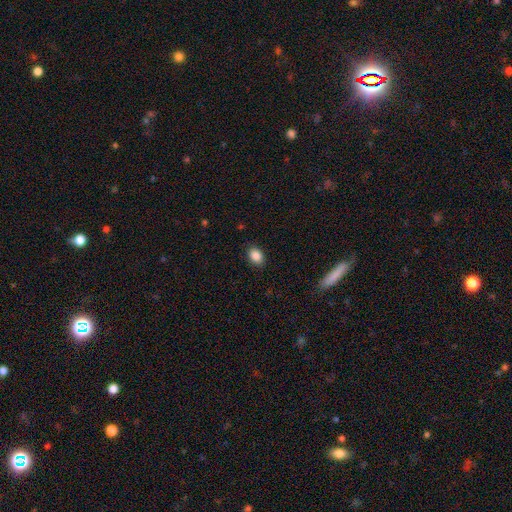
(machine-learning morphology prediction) This is clearly a smooth galaxy (87%). How rounded: likely in between (74%). Merging: clearly none (87%).